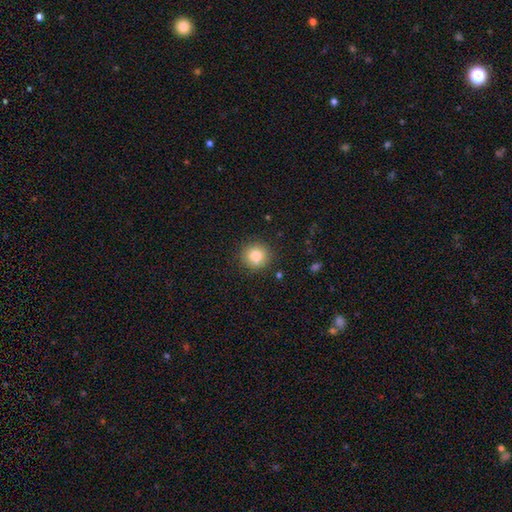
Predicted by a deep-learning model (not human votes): The model was most divided on "smooth or featured": smooth: 82%, star or artifact: 10%, featured or disk: 8%. More confident: how rounded — round (92%); merging — none (89%).